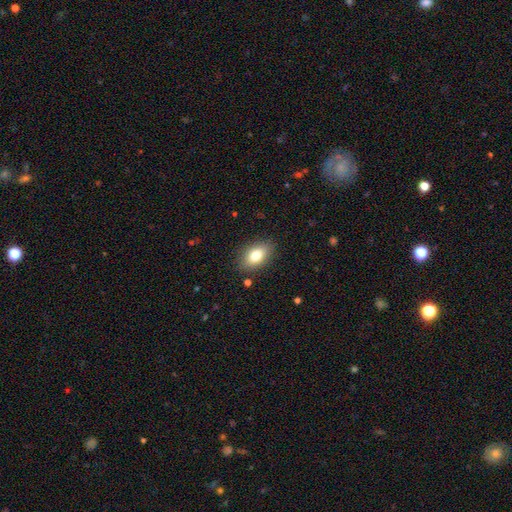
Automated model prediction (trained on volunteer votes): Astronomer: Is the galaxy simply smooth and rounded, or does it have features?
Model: smooth — 80%.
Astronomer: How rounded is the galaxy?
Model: in between — 89%.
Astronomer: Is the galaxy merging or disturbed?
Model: none — 86%.